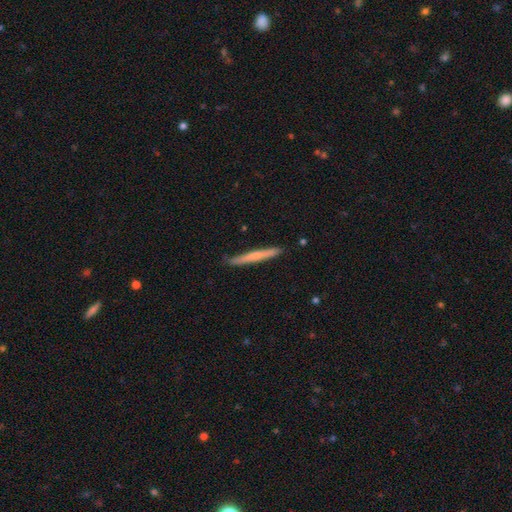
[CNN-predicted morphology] type=smooth (58%); roundness=cigar-shaped (97%); merging=none (88%).